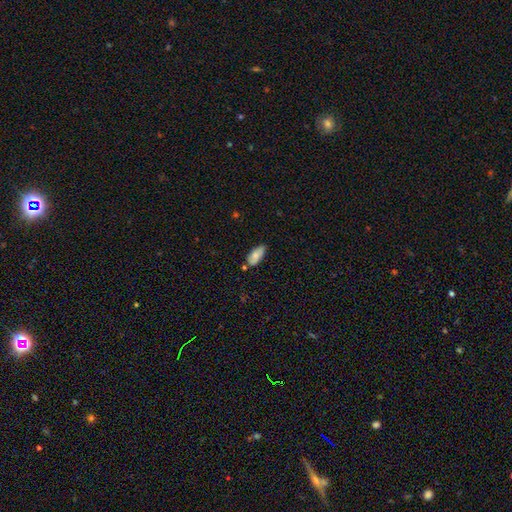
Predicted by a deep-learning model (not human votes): This is likely a smooth galaxy (76%). How rounded: clearly in between (90%). Merging: likely none (69%).